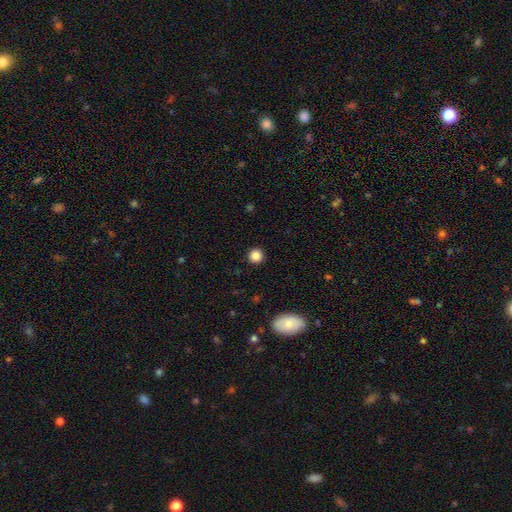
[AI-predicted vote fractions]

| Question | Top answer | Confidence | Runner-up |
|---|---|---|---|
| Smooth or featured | smooth | 86% | star or artifact (11%) |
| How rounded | round | 94% | in between (5%) |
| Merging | none | 92% | minor disturbance (5%) |